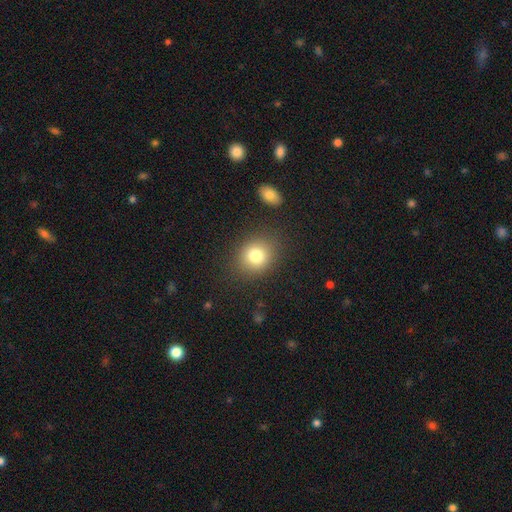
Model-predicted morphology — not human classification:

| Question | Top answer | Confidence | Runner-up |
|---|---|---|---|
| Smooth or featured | smooth | 80% | star or artifact (11%) |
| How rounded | round | 65% | in between (34%) |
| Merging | none | 83% | minor disturbance (10%) |